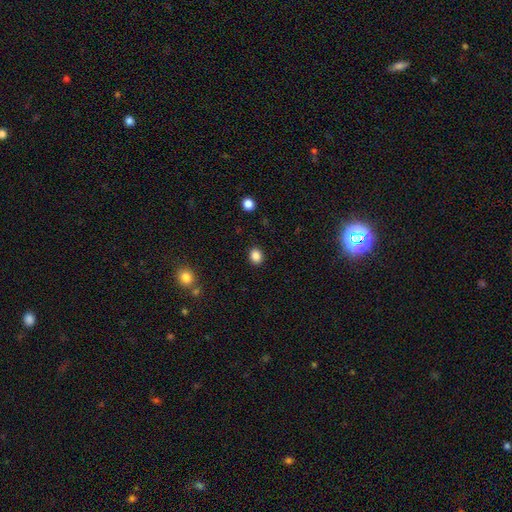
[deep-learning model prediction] Morphology: type=smooth (87%); roundness=round (64%); merging=none (90%).